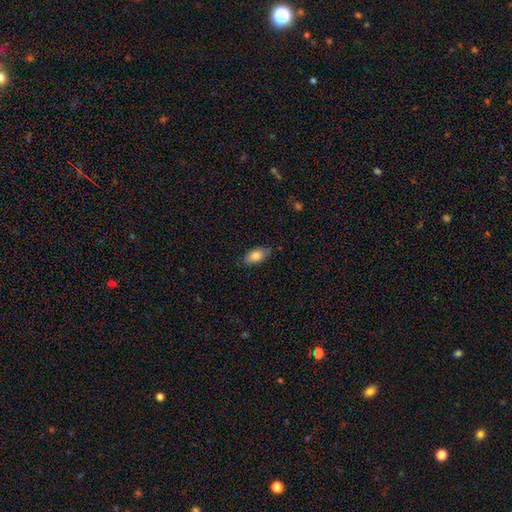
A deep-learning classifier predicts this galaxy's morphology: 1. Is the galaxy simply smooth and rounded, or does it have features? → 82% smooth, 11% featured or disk, 7% star or artifact.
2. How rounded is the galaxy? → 91% in between, 6% cigar-shaped, 3% round.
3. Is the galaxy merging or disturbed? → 81% none, 16% minor disturbance, 3% major disturbance, 1% merger.